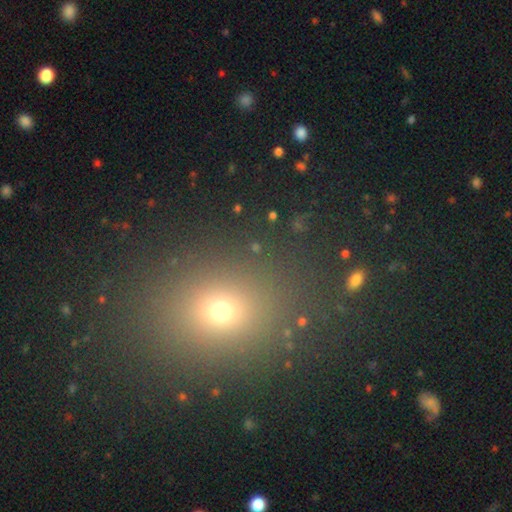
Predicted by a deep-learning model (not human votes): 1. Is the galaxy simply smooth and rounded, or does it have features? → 60% smooth, 31% star or artifact, 9% featured or disk.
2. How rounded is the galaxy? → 50% round, 48% in between, 2% cigar-shaped.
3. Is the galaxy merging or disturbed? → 87% none, 7% minor disturbance, 4% major disturbance, 2% merger.